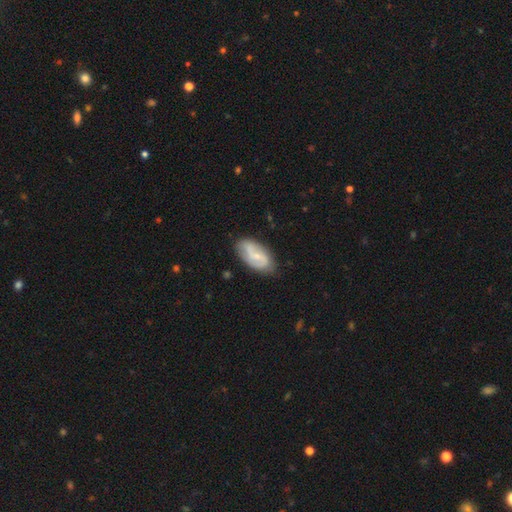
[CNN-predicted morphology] smooth_or_featured: featured or disk (p=0.66) [alt: smooth p=0.29]
disk_edge_on: no (p=0.95) [alt: yes p=0.05]
bar: weak (p=0.49) [alt: no p=0.34]
has_spiral_arms: yes (p=0.87) [alt: no p=0.13]
spiral_winding: medium (p=0.41) [alt: loose p=0.39]
spiral_arm_count: 2 (p=0.82) [alt: can't tell p=0.11]
bulge_size: small (p=0.65) [alt: moderate p=0.25]
merging: none (p=0.77) [alt: minor disturbance p=0.18]